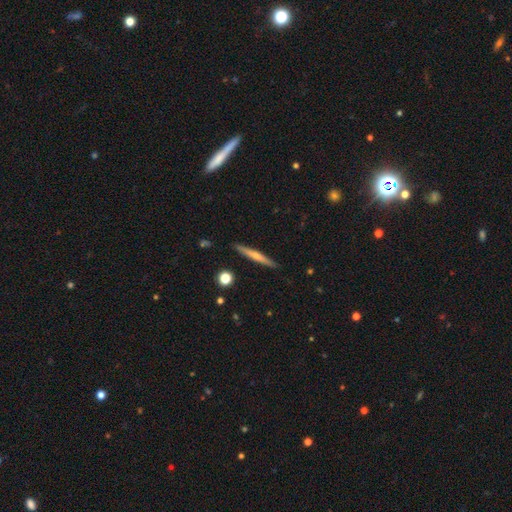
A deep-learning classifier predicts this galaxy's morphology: Overall: featured or disk (49%; smooth 45%). Merging: none (90%).